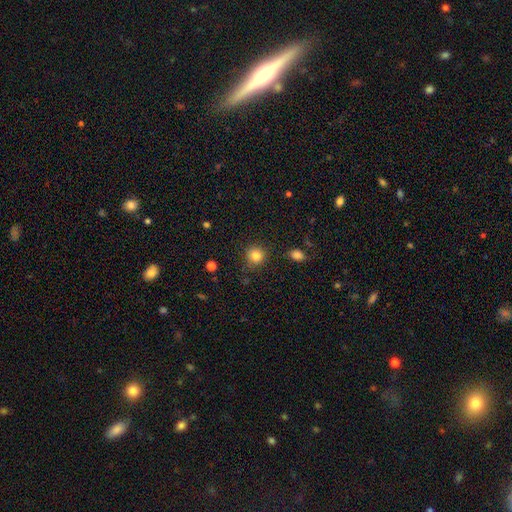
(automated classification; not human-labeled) smooth-or-featured: smooth: 83% | star or artifact: 11% | featured or disk: 6%
  how-rounded: round: 92% | in between: 7% | cigar-shaped: 1%
  merging: none: 87% | minor disturbance: 8% | major disturbance: 3% | merger: 2%